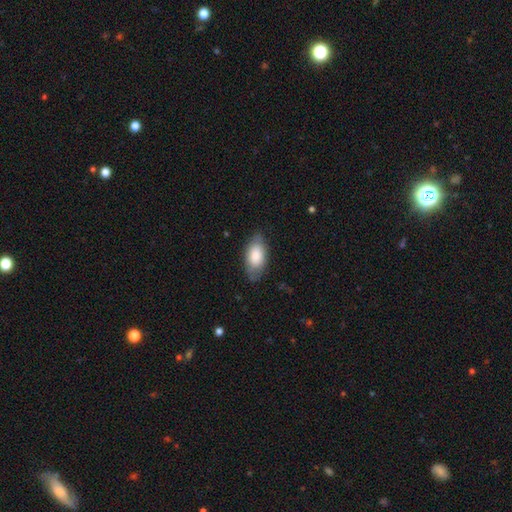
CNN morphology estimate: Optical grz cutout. It shows a smooth galaxy with no disk features (82%) that is in between round and cigar-shaped (93%). Merging: none (77%).